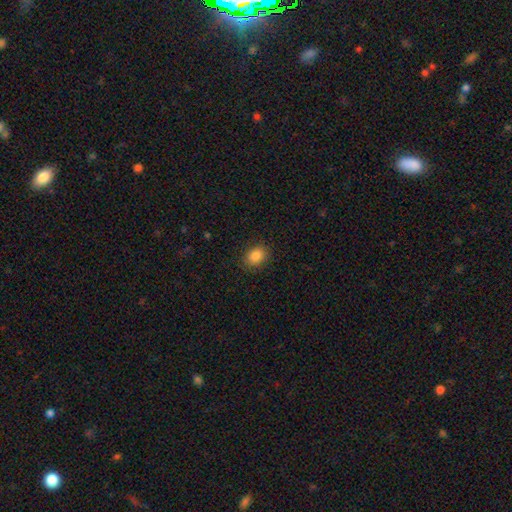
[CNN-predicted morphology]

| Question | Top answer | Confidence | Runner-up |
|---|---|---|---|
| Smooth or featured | smooth | 86% | star or artifact (9%) |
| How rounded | in between | 62% | round (37%) |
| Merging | none | 88% | minor disturbance (9%) |